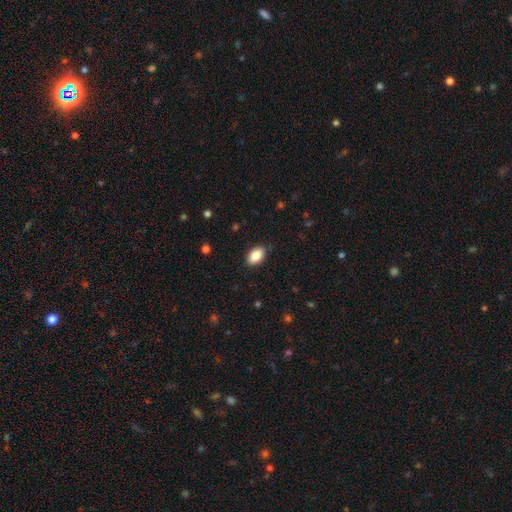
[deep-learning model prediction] smooth 88%, star or artifact 7%, featured or disk 5%. Down the decision tree: how rounded — in between (92%); merging — none (88%).